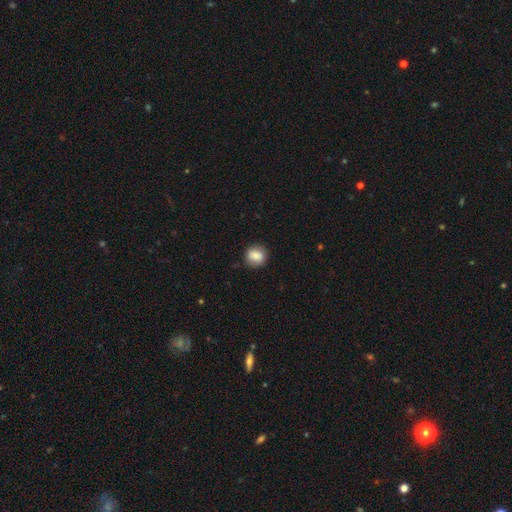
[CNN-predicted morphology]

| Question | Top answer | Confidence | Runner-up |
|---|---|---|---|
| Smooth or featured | smooth | 84% | star or artifact (8%) |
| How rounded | round | 80% | in between (19%) |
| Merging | none | 84% | minor disturbance (13%) |